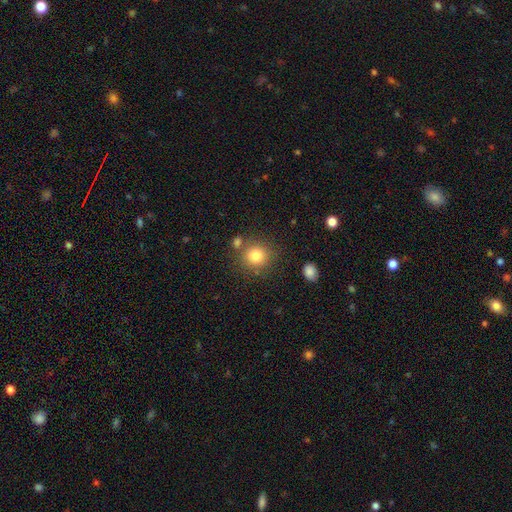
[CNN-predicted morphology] smooth-or-featured: smooth: 81% | star or artifact: 11% | featured or disk: 7%
  how-rounded: round: 87% | in between: 13% | cigar-shaped: 1%
  merging: none: 75% | merger: 11% | minor disturbance: 10% | major disturbance: 4%